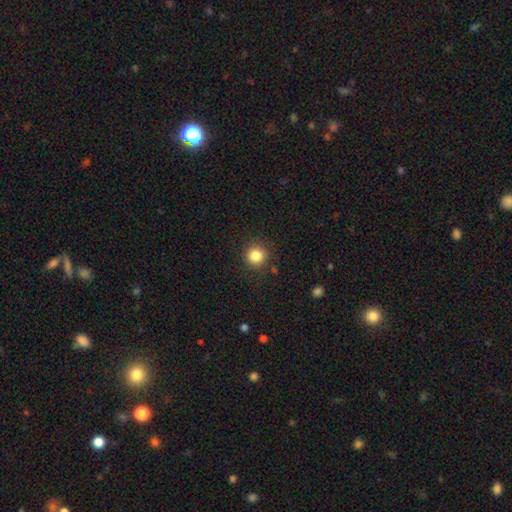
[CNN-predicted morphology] A smooth galaxy with no disk features (84%) that is round (93%).

Vote fractions:
- Smooth or featured? smooth: 84% / star or artifact: 11% / featured or disk: 5%
- How rounded? round: 93% / in between: 6% / cigar-shaped: 1%
- Merging? none: 87% / minor disturbance: 8% / major disturbance: 3% / merger: 1%